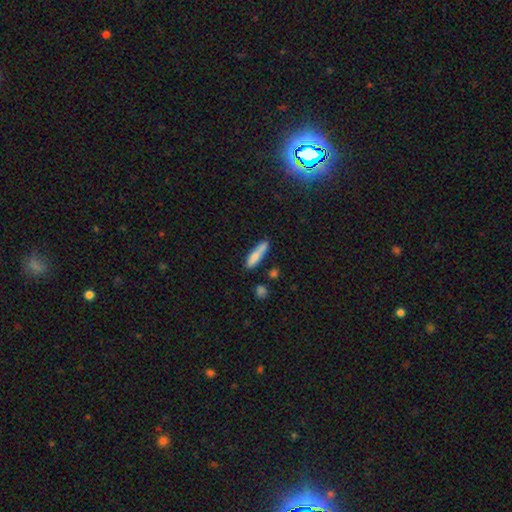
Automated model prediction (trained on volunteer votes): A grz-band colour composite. It shows a smooth galaxy with no disk features (76%) that is cigar-shaped (79%). Merging: none (72%).